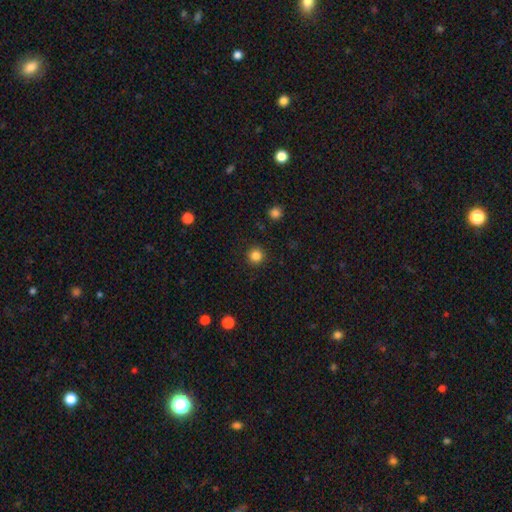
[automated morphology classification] Smooth or featured: smooth — 85% (star or artifact — 12%)
How rounded: round — 95% (in between — 4%)
Merging: none — 92% (minor disturbance — 5%)